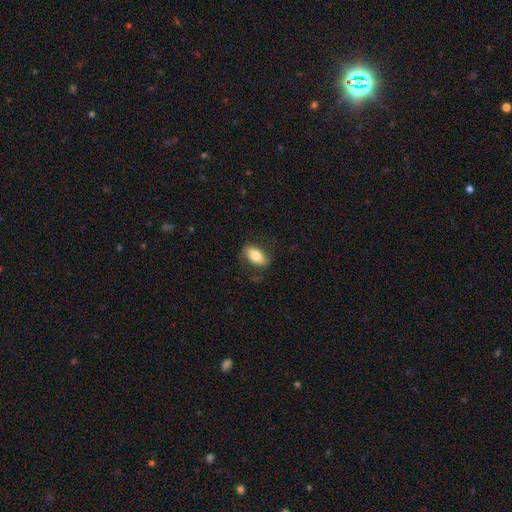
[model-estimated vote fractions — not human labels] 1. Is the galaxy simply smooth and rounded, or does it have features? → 71% smooth, 22% featured or disk, 7% star or artifact.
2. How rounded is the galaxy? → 85% in between, 10% cigar-shaped, 4% round.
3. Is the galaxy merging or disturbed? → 76% none, 17% minor disturbance, 6% major disturbance, 1% merger.